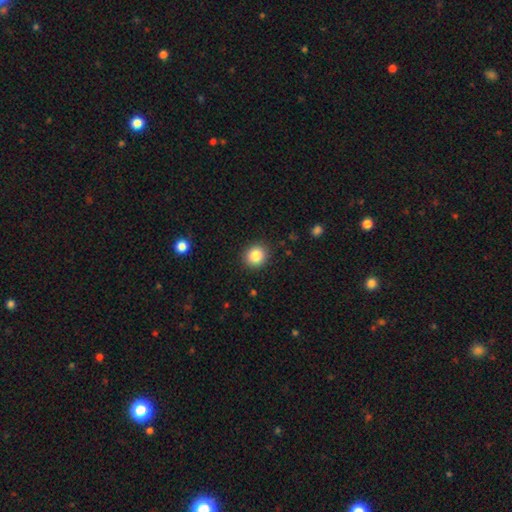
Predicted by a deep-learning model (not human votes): Morphology: type=smooth (85%); roundness=round (82%); merging=none (90%).